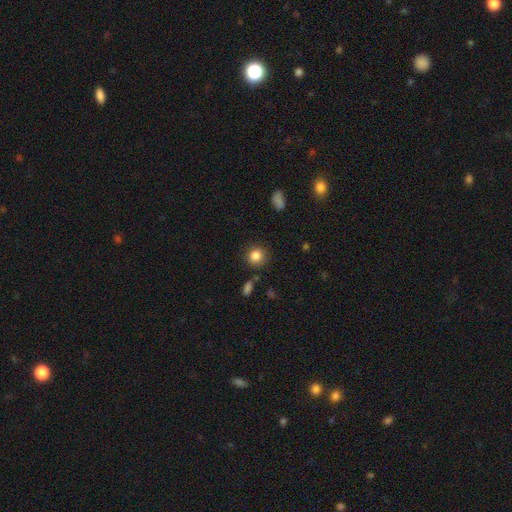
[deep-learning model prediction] Q: Smooth or featured?
A: smooth (85%); runner-up: star or artifact (10%)
Q: How rounded?
A: round (89%); runner-up: in between (10%)
Q: Merging?
A: none (86%); runner-up: minor disturbance (9%)